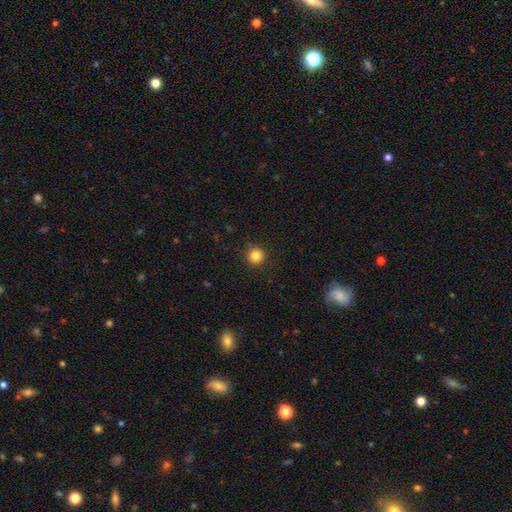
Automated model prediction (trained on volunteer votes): Morphology: type=smooth (85%); roundness=round (95%); merging=none (91%).